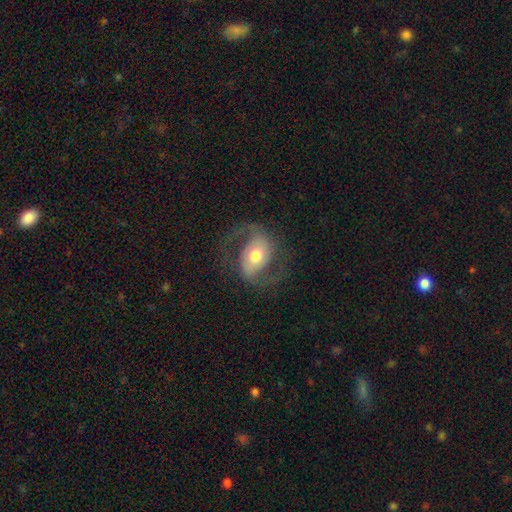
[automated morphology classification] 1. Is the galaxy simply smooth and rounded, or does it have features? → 77% featured or disk, 17% smooth, 6% star or artifact.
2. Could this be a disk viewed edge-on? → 97% no, 3% yes.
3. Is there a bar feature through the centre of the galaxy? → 46% no, 35% weak, 19% strong.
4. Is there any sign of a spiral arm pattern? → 91% yes, 9% no.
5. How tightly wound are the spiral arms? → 49% medium, 38% loose, 13% tight.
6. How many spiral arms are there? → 91% 2, 3% can't tell, 3% 1, 1% 3, 1% 4, 1% more than 4.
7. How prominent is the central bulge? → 68% moderate, 16% large, 13% small, 2% dominant, 1% none.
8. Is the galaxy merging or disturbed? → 70% none, 15% major disturbance, 14% minor disturbance, 1% merger.